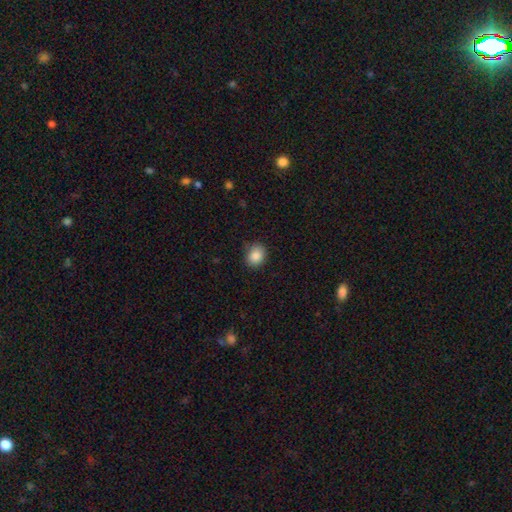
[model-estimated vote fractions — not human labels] Morphology: type=smooth (87%); roundness=round (56%); merging=none (81%).